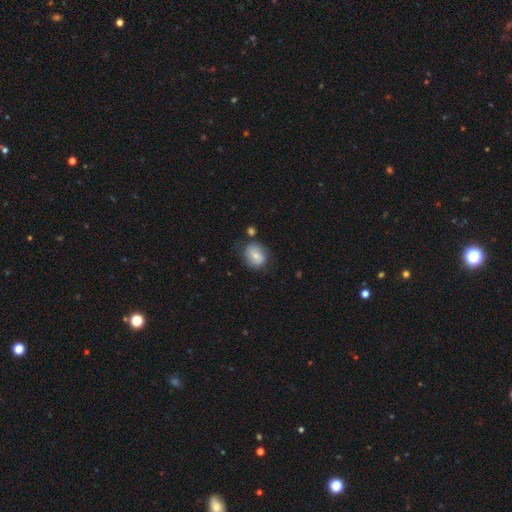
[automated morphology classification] A smooth galaxy with no disk features (65%) that is round (56%). Merging: none (66%).